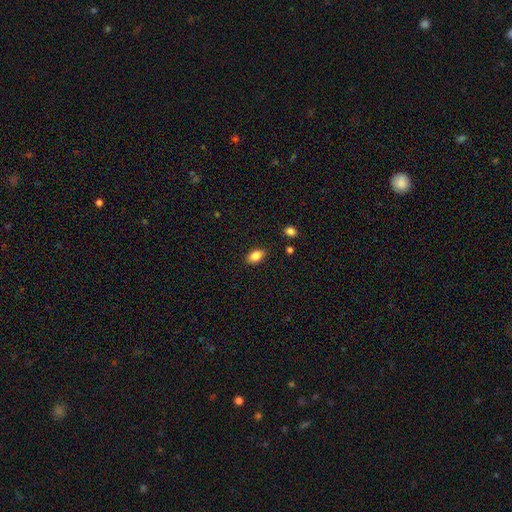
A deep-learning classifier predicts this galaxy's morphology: smooth_or_featured: smooth (p=0.85) [alt: star or artifact p=0.09]
how_rounded: in between (p=0.90) [alt: round p=0.07]
merging: none (p=0.86) [alt: minor disturbance p=0.10]